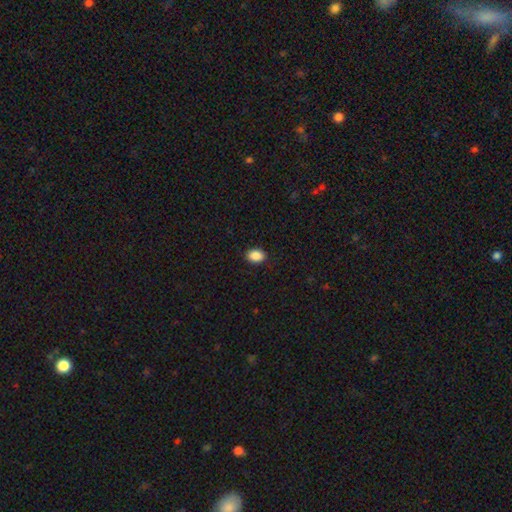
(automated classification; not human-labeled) The model was most divided on "how rounded": in between: 77%, round: 22%, cigar-shaped: 1%. More confident: merging — none (90%); smooth or featured — smooth (89%).